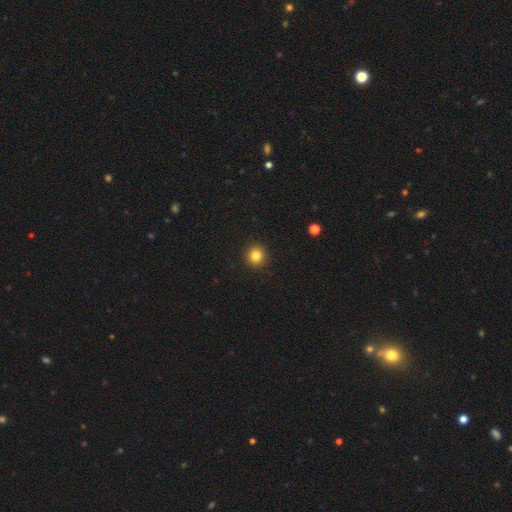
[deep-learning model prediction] smooth-or-featured: smooth: 83% | star or artifact: 12% | featured or disk: 6%
  how-rounded: round: 94% | in between: 5% | cigar-shaped: 1%
  merging: none: 93% | minor disturbance: 5% | major disturbance: 2% | merger: 1%